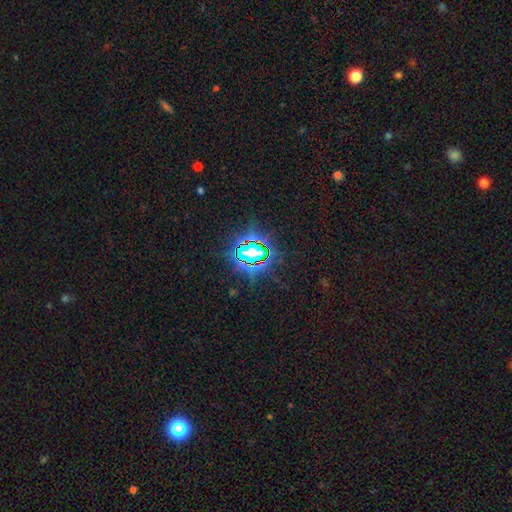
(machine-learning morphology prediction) A star or artifact, not a galaxy (81%).

Vote fractions:
- Smooth or featured? star or artifact: 81% / smooth: 11% / featured or disk: 7%